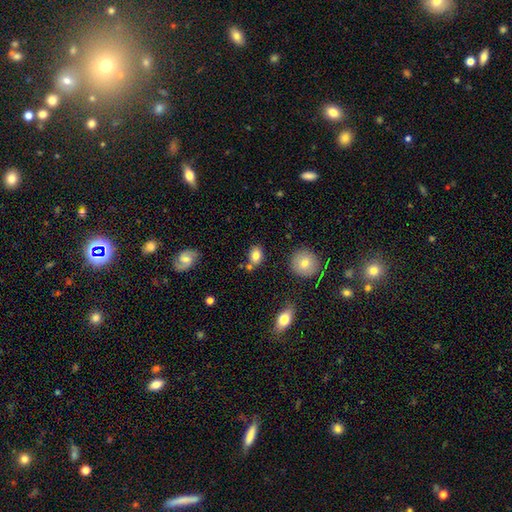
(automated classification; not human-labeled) Smooth or featured? Predicted: smooth (p=0.82). How rounded? Predicted: in between (p=0.72). Merging? Predicted: none (p=0.72).